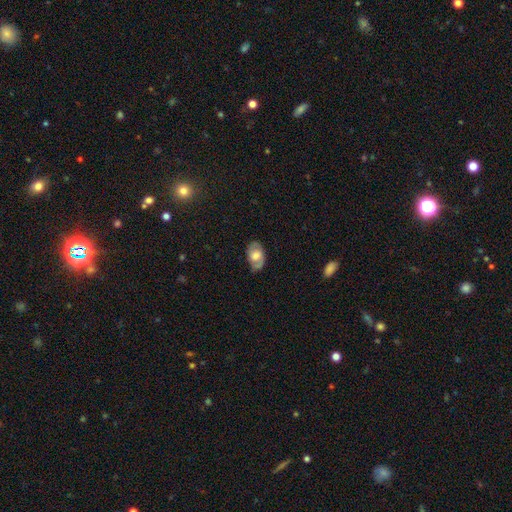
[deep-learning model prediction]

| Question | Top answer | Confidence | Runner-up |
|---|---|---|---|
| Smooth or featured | featured or disk | 47% | smooth (46%) |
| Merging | none | 72% | minor disturbance (20%) |